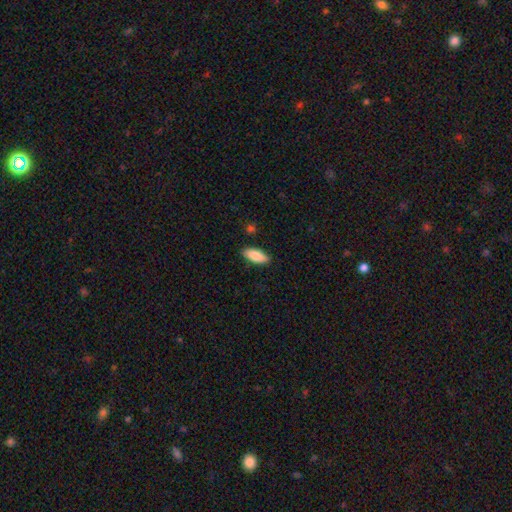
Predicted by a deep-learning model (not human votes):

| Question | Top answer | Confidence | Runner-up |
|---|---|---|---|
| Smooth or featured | smooth | 84% | featured or disk (10%) |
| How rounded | in between | 81% | cigar-shaped (18%) |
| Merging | none | 86% | minor disturbance (10%) |